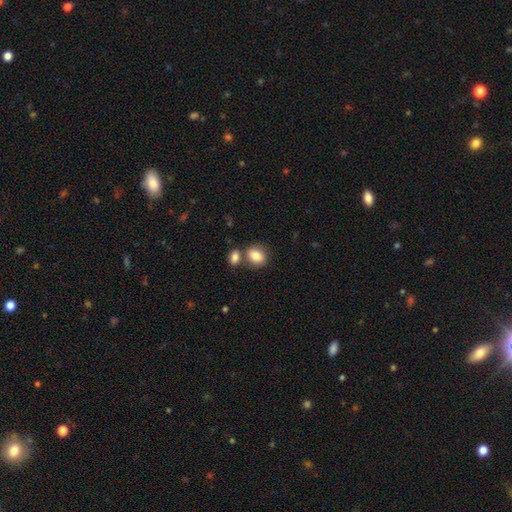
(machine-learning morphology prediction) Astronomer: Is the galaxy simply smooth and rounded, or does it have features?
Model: smooth — 85%.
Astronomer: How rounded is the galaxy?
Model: in between — 64%.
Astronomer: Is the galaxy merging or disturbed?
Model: none — 59%.